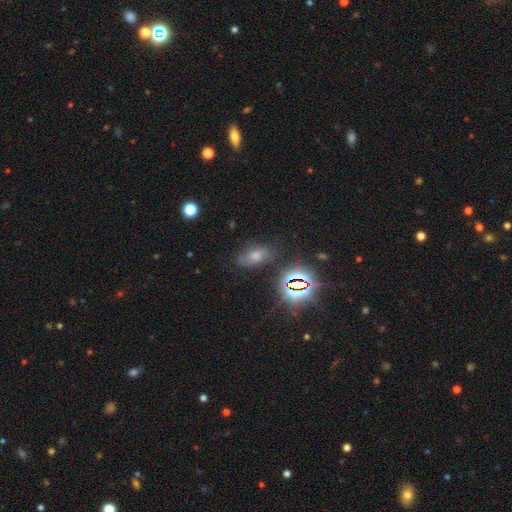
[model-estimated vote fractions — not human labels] Smooth or featured? Predicted: star or artifact (p=0.50).